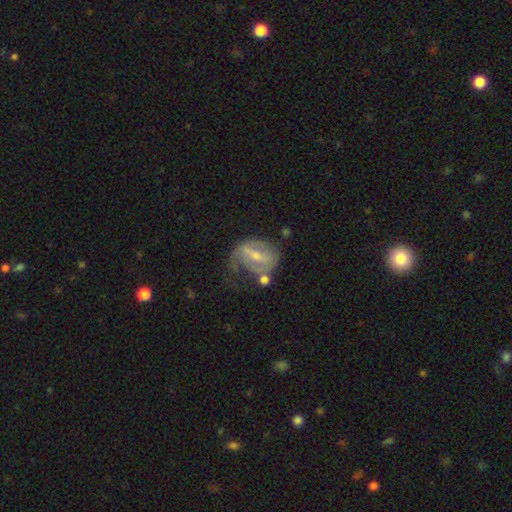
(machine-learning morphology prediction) Smooth or featured? Predicted: featured or disk (p=0.71). Edge-on disk? Predicted: no (p=0.96). Bar? Predicted: weak (p=0.47). Spiral arms? Predicted: yes (p=0.75). Spiral winding? Predicted: medium (p=0.39). Spiral arm count? Predicted: 2 (p=0.44). Bulge size? Predicted: small (p=0.48). Merging? Predicted: none (p=0.35).